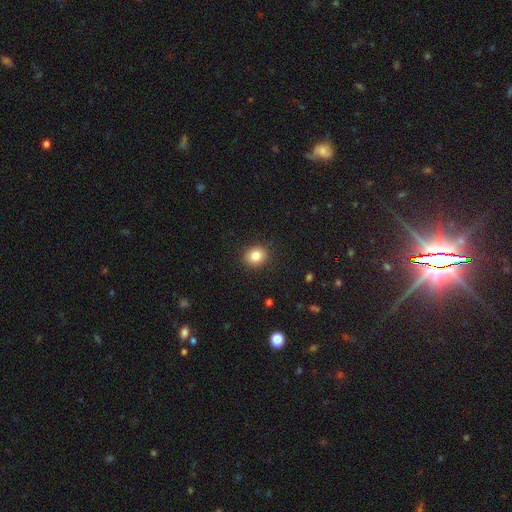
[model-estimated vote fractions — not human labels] Smooth or featured: smooth — 84% (star or artifact — 10%)
How rounded: round — 70% (in between — 29%)
Merging: none — 90% (minor disturbance — 7%)